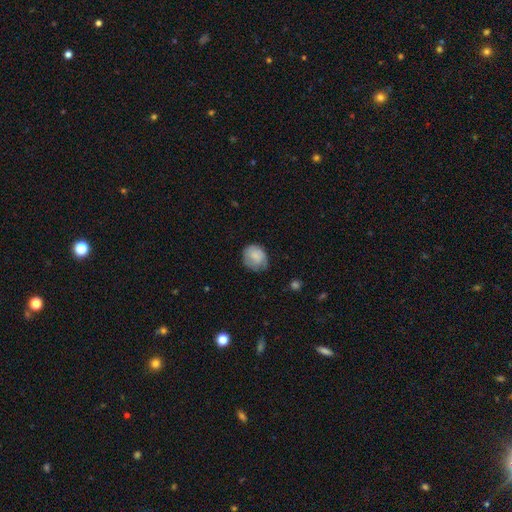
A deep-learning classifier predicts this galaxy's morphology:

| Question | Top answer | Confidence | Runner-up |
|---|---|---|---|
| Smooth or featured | smooth | 72% | featured or disk (21%) |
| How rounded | round | 67% | in between (33%) |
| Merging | none | 60% | minor disturbance (30%) |